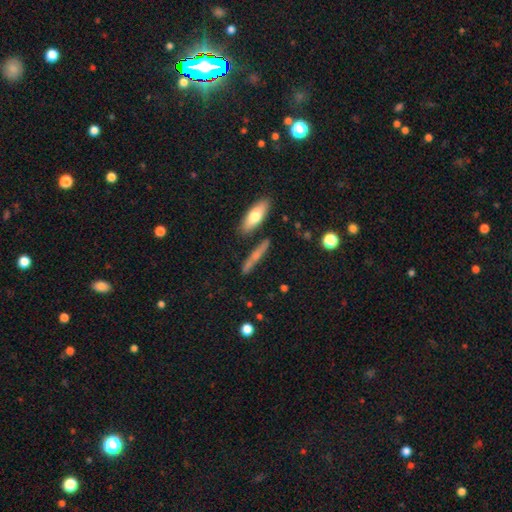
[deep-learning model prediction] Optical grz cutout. It shows a smooth galaxy with no disk features (47%). Merging: none (77%).